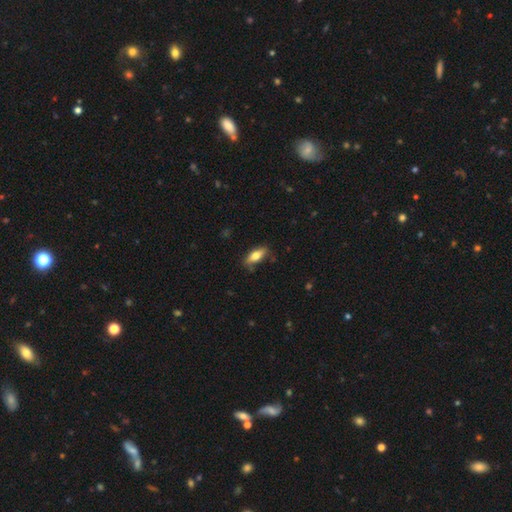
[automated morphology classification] This appears to be a smooth galaxy with no disk features (69%) that is in between round and cigar-shaped (70%). Merging: none (76%).